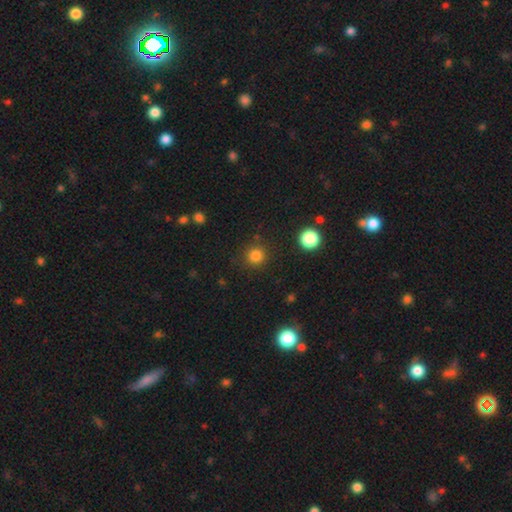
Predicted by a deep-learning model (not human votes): Overall: smooth (82%). How rounded: round (94%). Merging: none (89%).